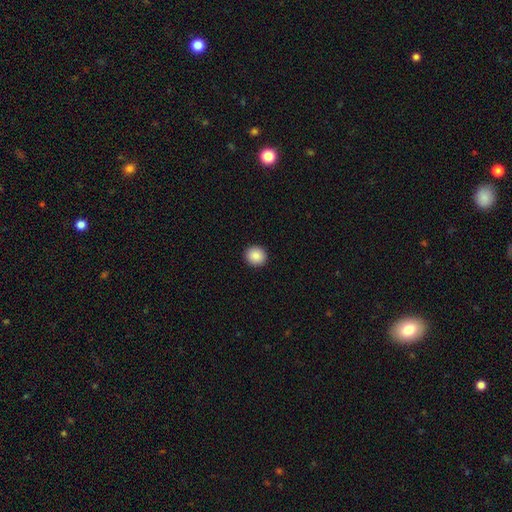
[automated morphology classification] Smooth or featured: smooth — 89% (star or artifact — 8%)
How rounded: round — 87% (in between — 12%)
Merging: none — 93% (minor disturbance — 4%)